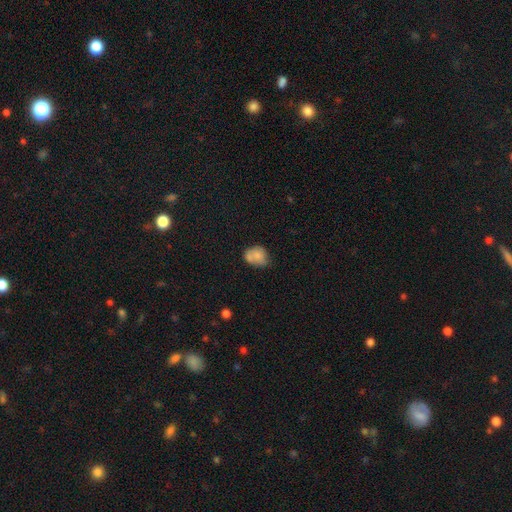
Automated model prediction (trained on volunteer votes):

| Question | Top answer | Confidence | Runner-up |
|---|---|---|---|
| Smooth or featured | smooth | 76% | featured or disk (15%) |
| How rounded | in between | 54% | round (45%) |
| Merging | none | 42% | minor disturbance (30%) |